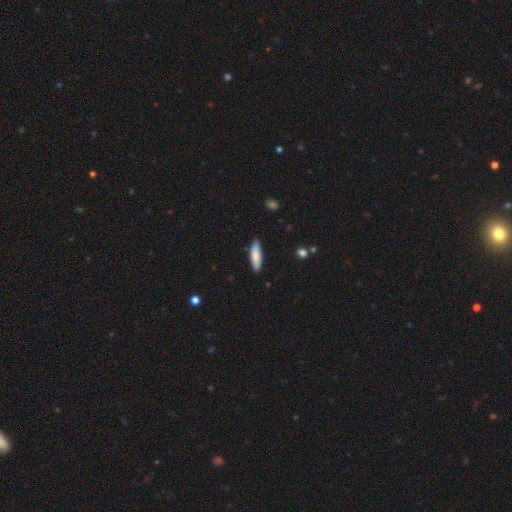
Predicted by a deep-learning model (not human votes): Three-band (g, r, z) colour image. It shows a smooth galaxy with no disk features (83%) that is cigar-shaped (60%). Merging: none (85%).